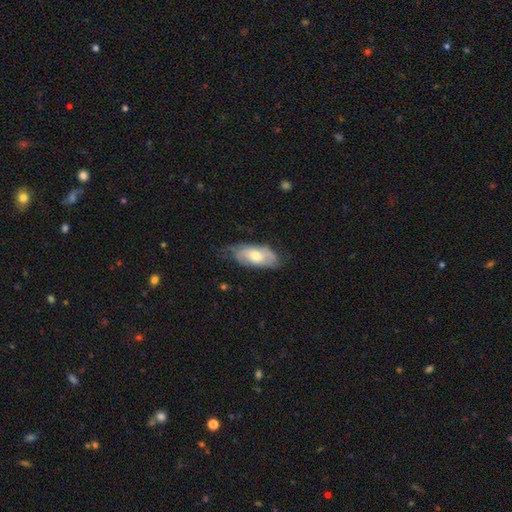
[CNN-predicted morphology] Overall: featured or disk (47%, tied with smooth). Merging: none (58%; minor disturbance 31%).